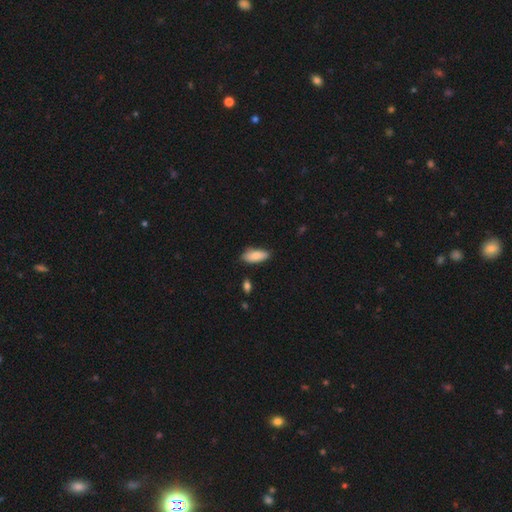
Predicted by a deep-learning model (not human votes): Smooth or featured?
  - smooth: 86% *
  - featured or disk: 8%
  - star or artifact: 6%
How rounded?
  - in between: 84% *
  - cigar-shaped: 14%
  - round: 2%
Merging?
  - none: 73% *
  - minor disturbance: 22%
  - major disturbance: 3%
  - merger: 2%